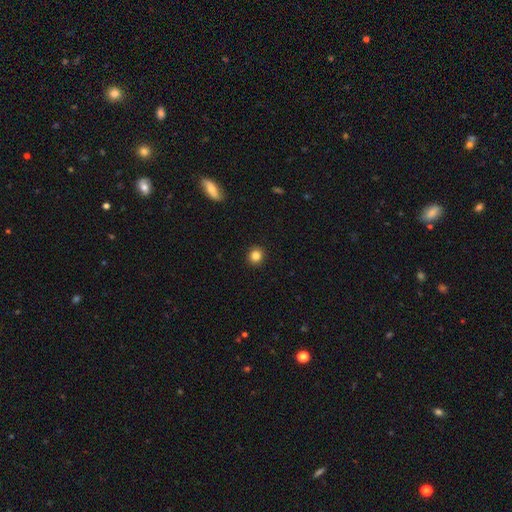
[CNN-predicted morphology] This appears to be a smooth galaxy with no disk features (84%) that is round (91%). Merging: none (92%).